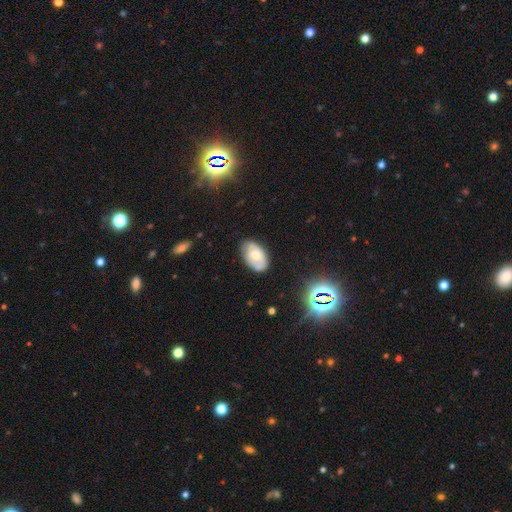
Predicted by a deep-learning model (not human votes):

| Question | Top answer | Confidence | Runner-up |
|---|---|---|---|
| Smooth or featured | smooth | 48% | featured or disk (43%) |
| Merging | none | 70% | minor disturbance (23%) |